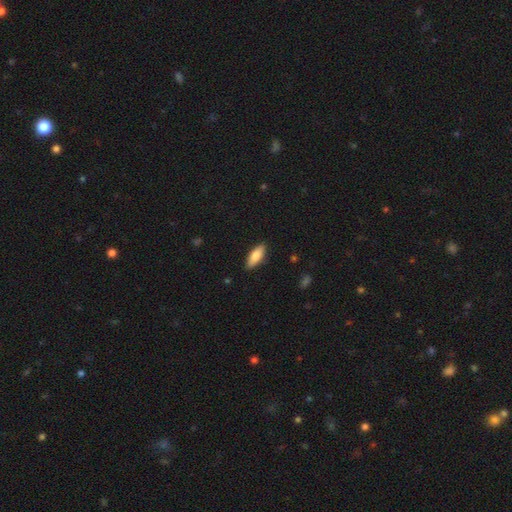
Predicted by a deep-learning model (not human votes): Smooth or featured? Predicted: smooth (p=0.82). How rounded? Predicted: in between (p=0.65). Merging? Predicted: none (p=0.88).